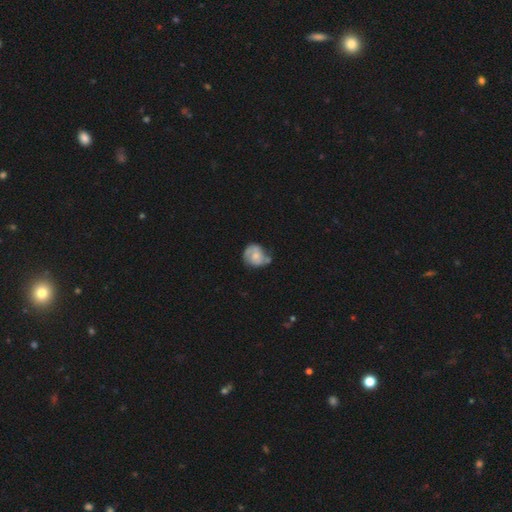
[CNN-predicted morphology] Smooth or featured? Predicted: featured or disk (p=0.54). Edge-on disk? Predicted: no (p=0.97). Bar? Predicted: no (p=0.69). Spiral arms? Predicted: yes (p=0.76). Bulge size? Predicted: small (p=0.47). Merging? Predicted: none (p=0.45).